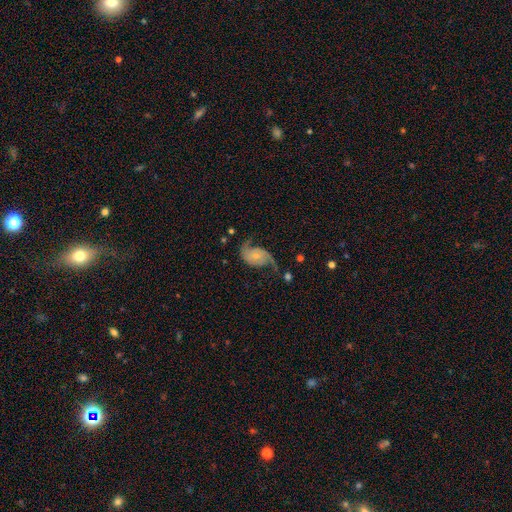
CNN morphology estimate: Smooth or featured?
  - featured or disk: 82% *
  - smooth: 11%
  - star or artifact: 6%
Edge-on disk?
  - no: 97% *
  - yes: 3%
Bar?
  - no: 70% *
  - weak: 24%
  - strong: 6%
Spiral arms?
  - yes: 95% *
  - no: 5%
Spiral winding?
  - loose: 64% *
  - medium: 28%
  - tight: 8%
Spiral arm count?
  - 2: 90% *
  - 1: 4%
  - can't tell: 3%
  - 3: 1%
  - 4: 1%
  - more than 4: 1%
Bulge size?
  - small: 69% *
  - moderate: 21%
  - none: 6%
  - large: 2%
  - dominant: 1%
Merging?
  - none: 58% *
  - minor disturbance: 22%
  - major disturbance: 17%
  - merger: 3%